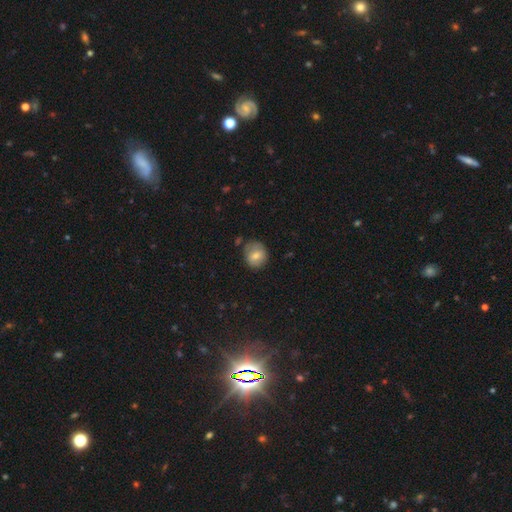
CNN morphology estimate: type=smooth (73%); roundness=round (77%); merging=none (72%).